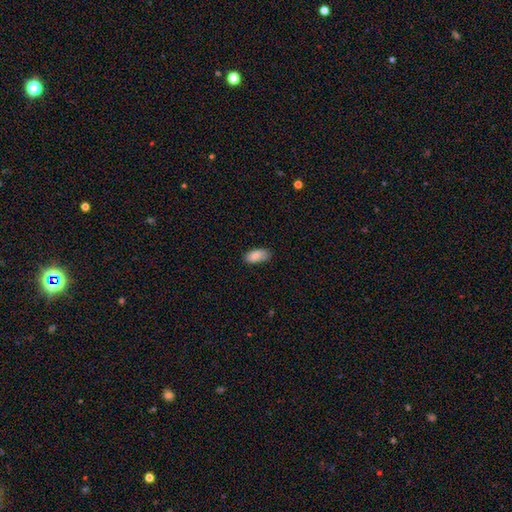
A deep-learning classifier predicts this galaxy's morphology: A smooth galaxy with no disk features (87%) that is in between round and cigar-shaped (92%). Merging: none (76%).